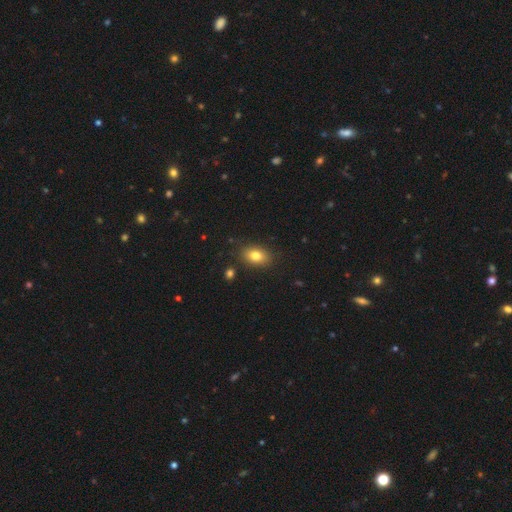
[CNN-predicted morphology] Smooth or featured: smooth — 80% (featured or disk — 10%)
How rounded: in between — 82% (round — 16%)
Merging: none — 85% (minor disturbance — 10%)